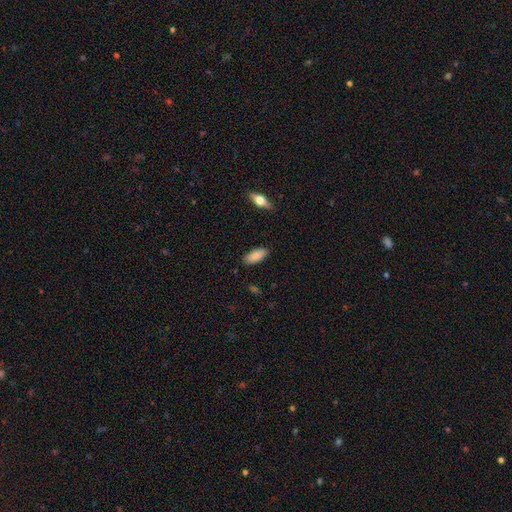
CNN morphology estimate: A smooth galaxy with no disk features (85%) that is in between round and cigar-shaped (81%).

Vote fractions:
- Smooth or featured? smooth: 85% / featured or disk: 8% / star or artifact: 6%
- How rounded? in between: 81% / cigar-shaped: 17% / round: 2%
- Merging? none: 87% / minor disturbance: 10% / major disturbance: 2% / merger: 1%